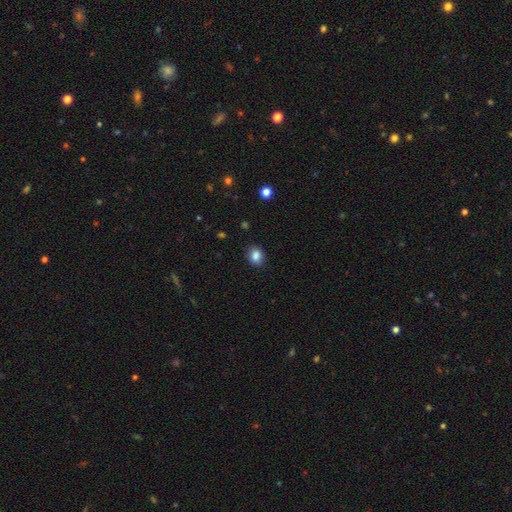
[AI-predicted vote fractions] The model was most divided on "how rounded": round: 58%, in between: 41%, cigar-shaped: 1%. More confident: merging — none (88%); smooth or featured — smooth (86%).